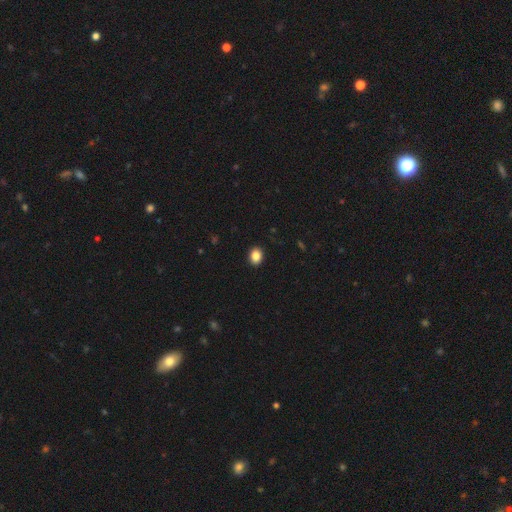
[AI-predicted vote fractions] smooth 87%, star or artifact 9%, featured or disk 4%. Down the decision tree: how rounded — in between (56%); merging — none (91%).